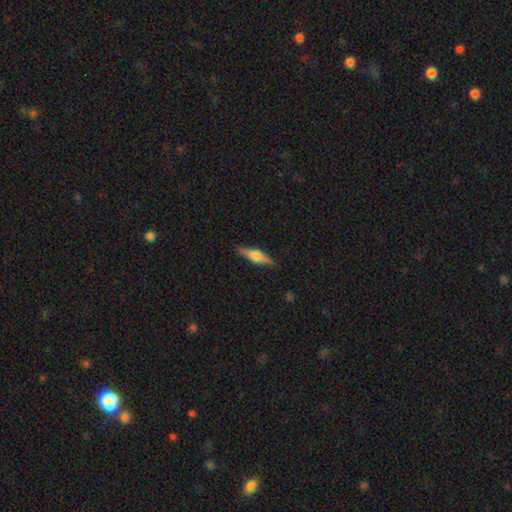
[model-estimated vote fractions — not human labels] Smooth or featured: featured or disk — 49% (smooth — 44%)
Merging: none — 86% (minor disturbance — 10%)